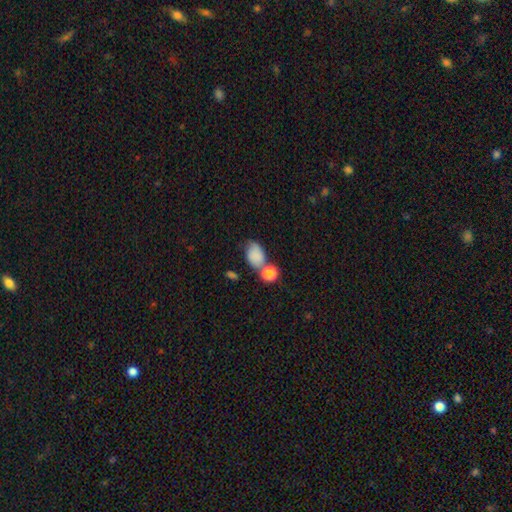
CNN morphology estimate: smooth_or_featured: smooth (p=0.81) [alt: featured or disk p=0.10]
how_rounded: in between (p=0.81) [alt: round p=0.18]
merging: none (p=0.40) [alt: merger p=0.30]